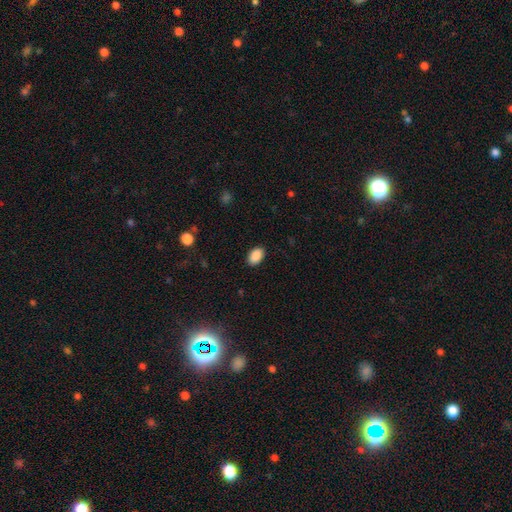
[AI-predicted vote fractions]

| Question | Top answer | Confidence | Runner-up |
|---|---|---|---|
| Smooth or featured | smooth | 89% | star or artifact (8%) |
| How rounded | in between | 88% | round (11%) |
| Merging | none | 88% | minor disturbance (9%) |